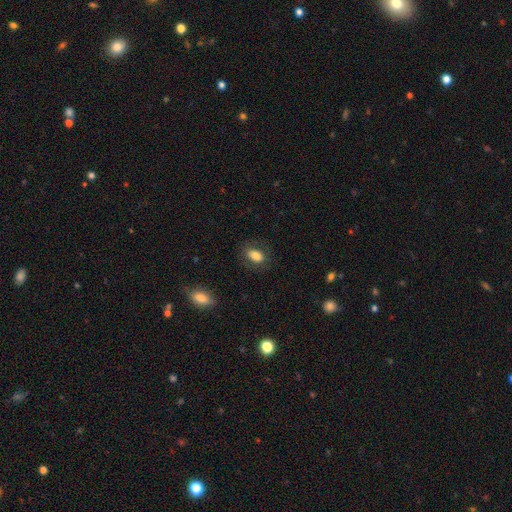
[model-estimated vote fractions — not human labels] Smooth or featured? smooth (82%)
How rounded? in between (86%)
Merging? none (78%)